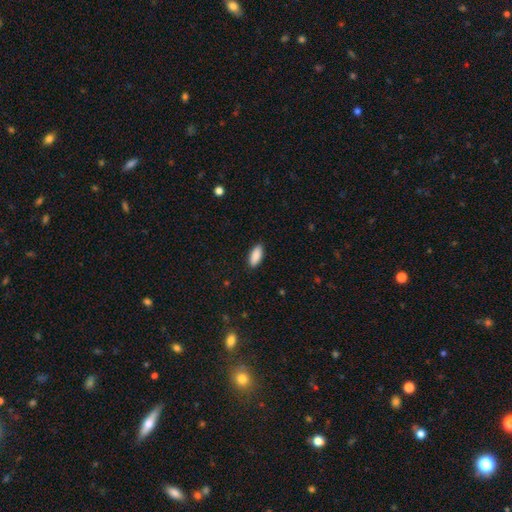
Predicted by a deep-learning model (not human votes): smooth-or-featured: smooth: 90% | star or artifact: 6% | featured or disk: 4%
  how-rounded: in between: 84% | cigar-shaped: 14% | round: 2%
  merging: none: 89% | minor disturbance: 9% | major disturbance: 2% | merger: 1%